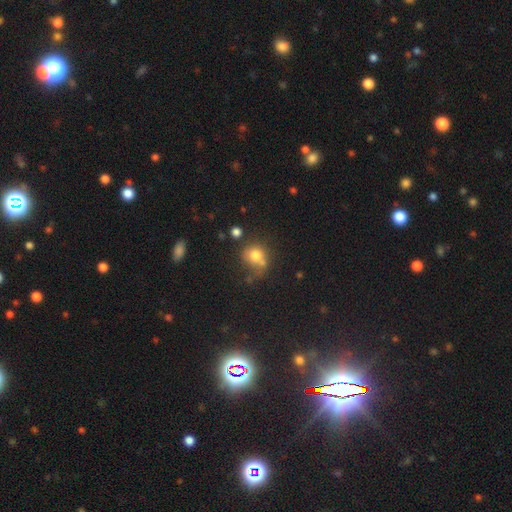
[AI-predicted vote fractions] Morphology: type=smooth (75%); roundness=round (75%); merging=none (46%).